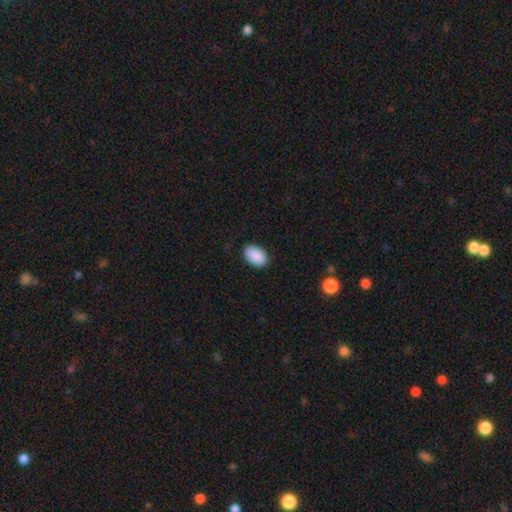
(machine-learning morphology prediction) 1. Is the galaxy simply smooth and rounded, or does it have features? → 91% smooth, 6% star or artifact, 3% featured or disk.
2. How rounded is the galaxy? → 92% in between, 7% round, 1% cigar-shaped.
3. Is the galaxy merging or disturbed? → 88% none, 9% minor disturbance, 2% major disturbance, 1% merger.